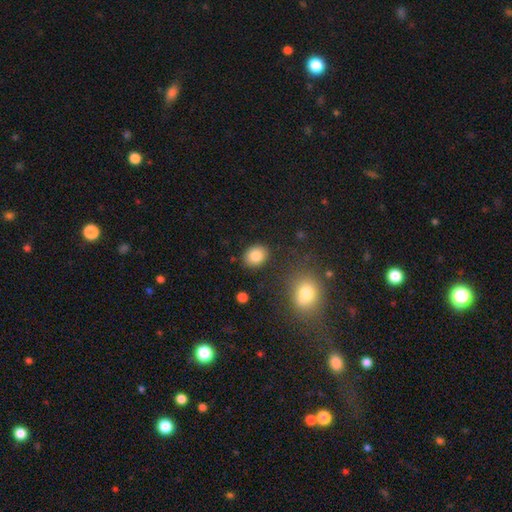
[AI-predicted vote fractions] Smooth or featured: smooth — 84% (star or artifact — 9%)
How rounded: in between — 58% (round — 41%)
Merging: none — 86% (minor disturbance — 8%)